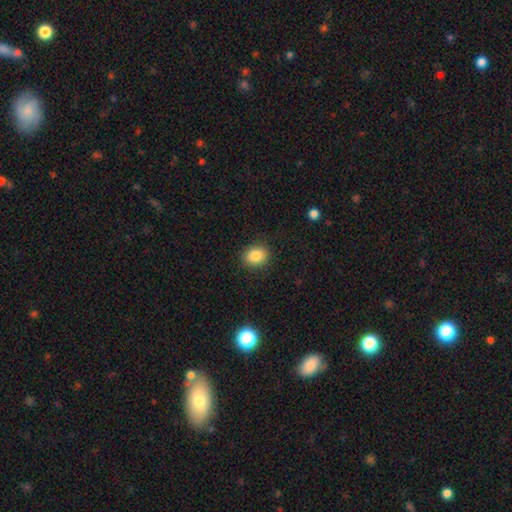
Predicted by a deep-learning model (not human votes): Morphology: type=smooth (85%); roundness=round (60%); merging=none (88%).